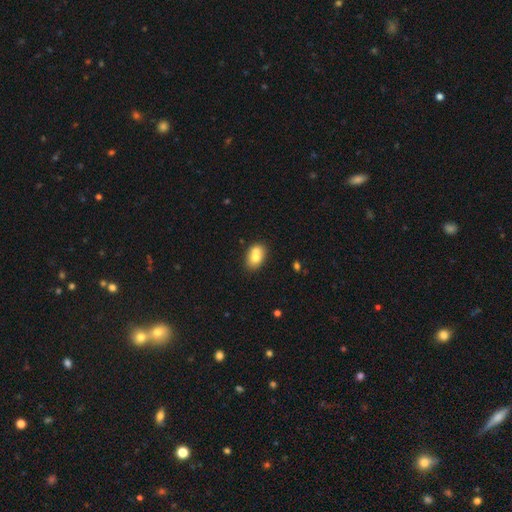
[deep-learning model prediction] smooth-or-featured: smooth: 69% | featured or disk: 22% | star or artifact: 8%
  how-rounded: in between: 71% | round: 28% | cigar-shaped: 1%
  merging: merger: 48% | none: 38% | minor disturbance: 11% | major disturbance: 3%